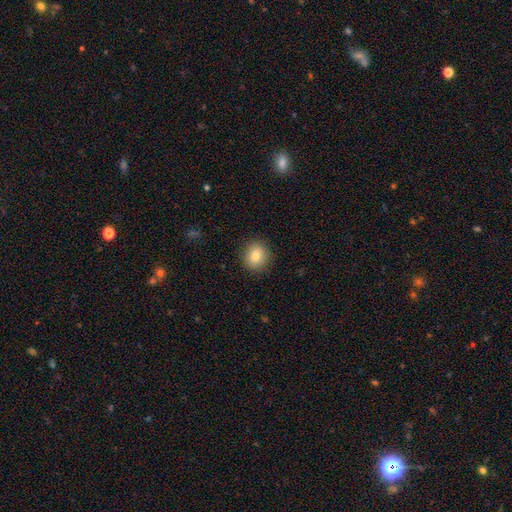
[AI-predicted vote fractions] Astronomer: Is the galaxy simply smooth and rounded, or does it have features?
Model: smooth — 80%.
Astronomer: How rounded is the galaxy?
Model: round — 85%.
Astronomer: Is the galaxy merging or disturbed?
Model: none — 90%.